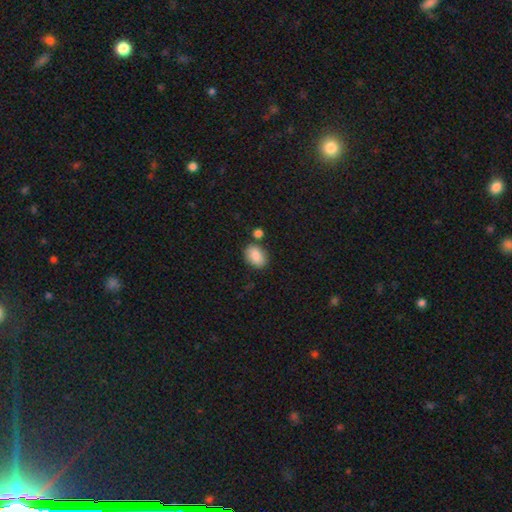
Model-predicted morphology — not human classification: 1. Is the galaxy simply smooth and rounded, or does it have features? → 86% smooth, 7% star or artifact, 6% featured or disk.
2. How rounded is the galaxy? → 80% in between, 19% round, 1% cigar-shaped.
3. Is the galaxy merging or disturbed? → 74% none, 14% minor disturbance, 9% merger, 3% major disturbance.